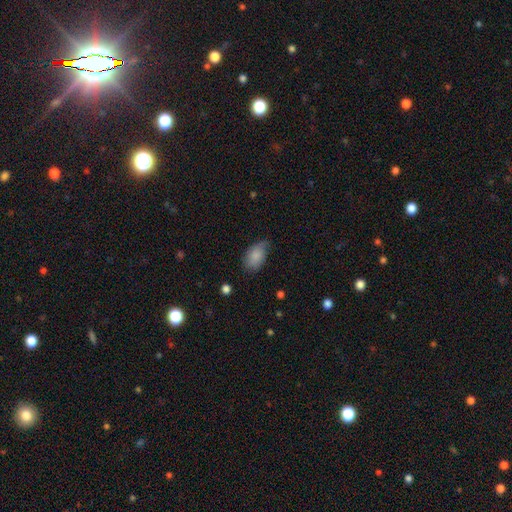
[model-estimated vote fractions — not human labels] This is clearly a smooth galaxy (82%). How rounded: clearly in between (91%). Merging: possibly none (54%).